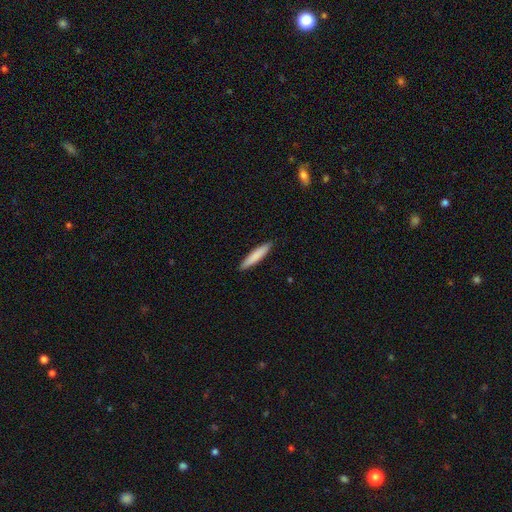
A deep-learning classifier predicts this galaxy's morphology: This is clearly a smooth galaxy (82%). How rounded: clearly cigar-shaped (90%). Merging: clearly none (91%).